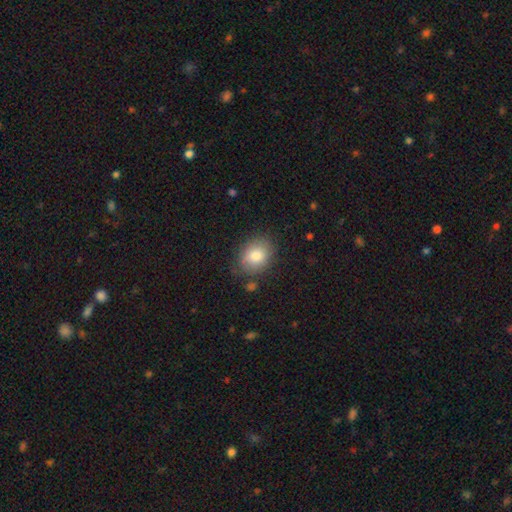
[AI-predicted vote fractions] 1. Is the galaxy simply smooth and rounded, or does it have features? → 82% smooth, 10% featured or disk, 8% star or artifact.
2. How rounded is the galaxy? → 55% in between, 44% round, 1% cigar-shaped.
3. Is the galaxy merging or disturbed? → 77% none, 16% minor disturbance, 4% major disturbance, 2% merger.